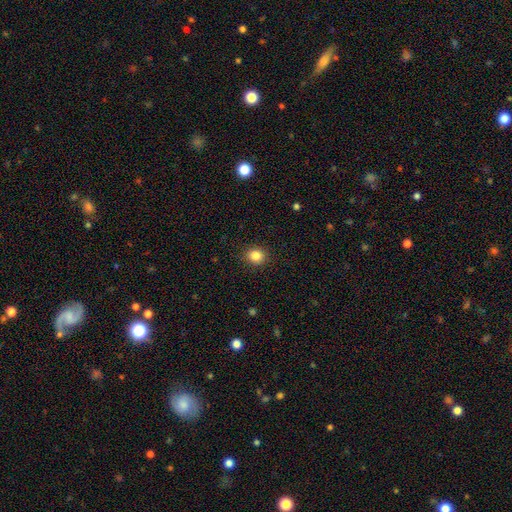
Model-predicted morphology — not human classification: Overall: smooth (85%). How rounded: round (79%). Merging: none (90%).